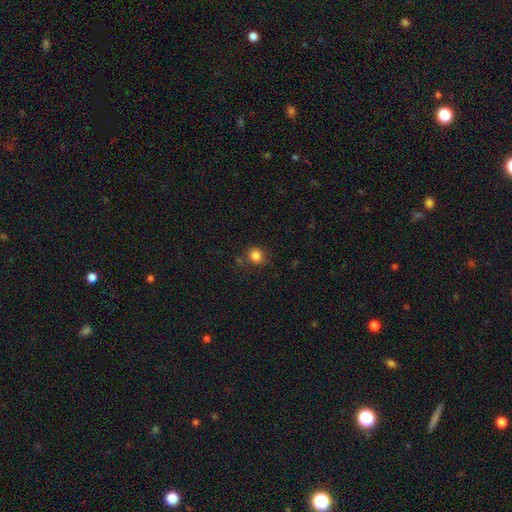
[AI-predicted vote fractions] Morphology: type=smooth (84%); roundness=round (84%); merging=none (79%).